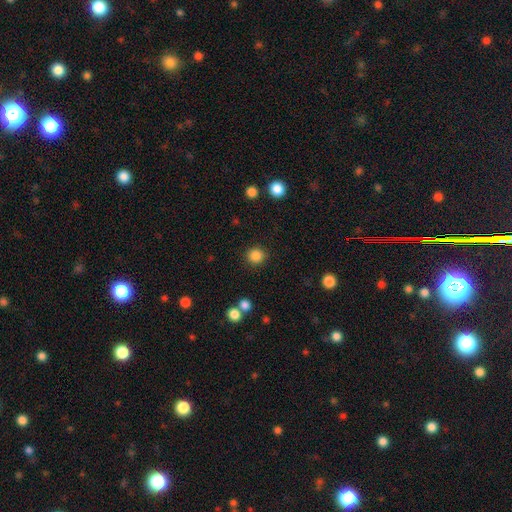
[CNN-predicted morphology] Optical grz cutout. It shows a smooth galaxy with no disk features (86%) that is round (91%). Merging: none (89%).